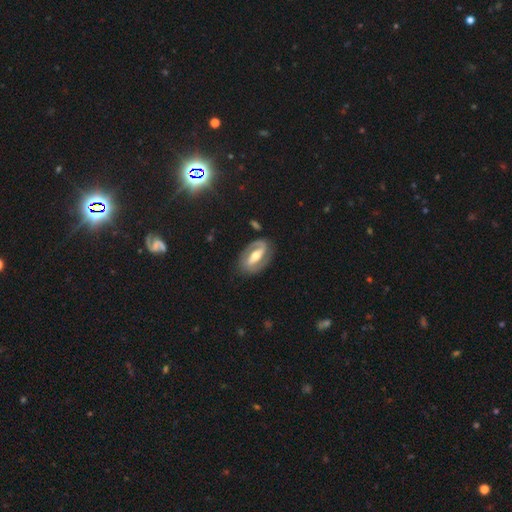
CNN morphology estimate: Smooth or featured? featured or disk (81%)
Edge-on disk? no (94%)
Bar? strong (60%)
Spiral arms? yes (83%)
Spiral winding? medium (42%)
Spiral arm count? 2 (79%)
Bulge size? moderate (70%)
Merging? none (79%)